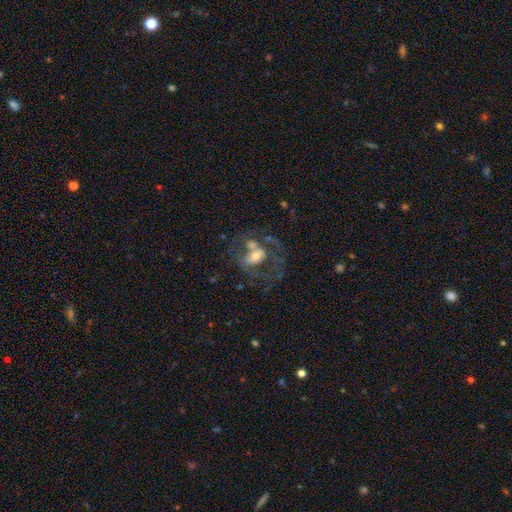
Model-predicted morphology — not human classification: Smooth or featured?
  - featured or disk: 62% *
  - smooth: 28%
  - star or artifact: 10%
Edge-on disk?
  - no: 95% *
  - yes: 5%
Bar?
  - no: 57% *
  - weak: 29%
  - strong: 14%
Spiral arms?
  - no: 54% *
  - yes: 46%
Bulge size?
  - moderate: 59% *
  - small: 26%
  - large: 11%
  - none: 3%
  - dominant: 2%
Merging?
  - merger: 35% *
  - none: 30%
  - major disturbance: 21%
  - minor disturbance: 13%